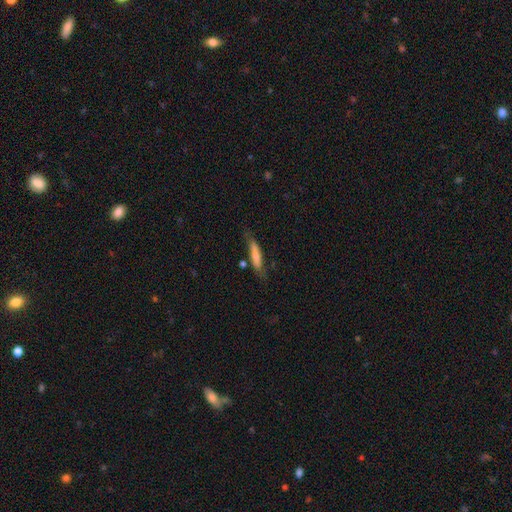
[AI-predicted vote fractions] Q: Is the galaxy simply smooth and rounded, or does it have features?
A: smooth — 62%.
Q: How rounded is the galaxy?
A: cigar-shaped — 81%.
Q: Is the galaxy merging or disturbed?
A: none — 67%.